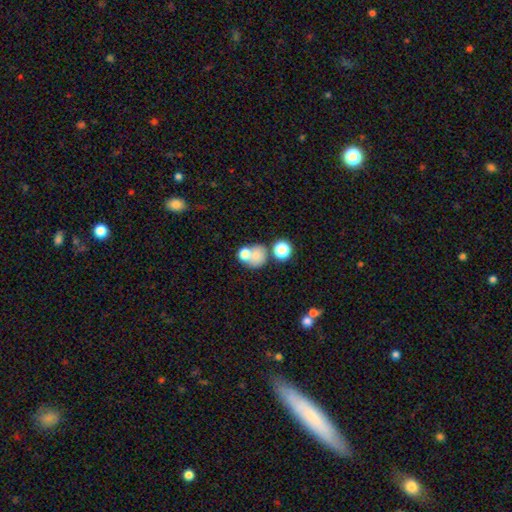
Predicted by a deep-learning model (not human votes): Smooth or featured?
  - smooth: 72% *
  - featured or disk: 15%
  - star or artifact: 13%
How rounded?
  - round: 71% *
  - in between: 28%
  - cigar-shaped: 1%
Merging?
  - merger: 45% *
  - none: 40%
  - minor disturbance: 9%
  - major disturbance: 6%